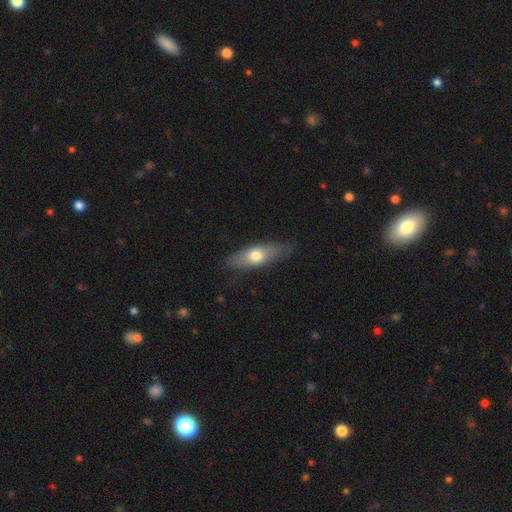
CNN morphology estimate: Smooth or featured? Predicted: smooth (p=0.62). How rounded? Predicted: in between (p=0.57). Merging? Predicted: none (p=0.80).